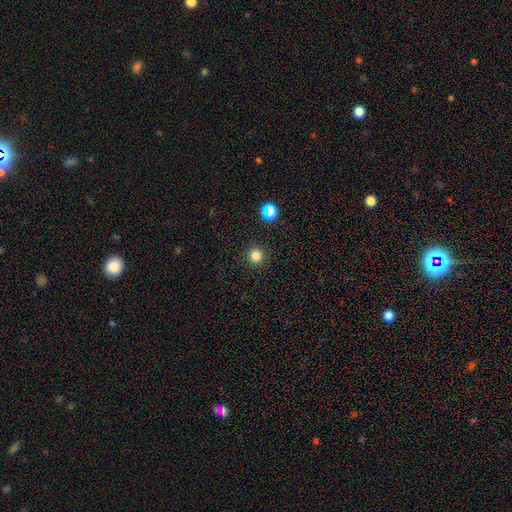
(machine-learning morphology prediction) smooth-or-featured: smooth: 81% | star or artifact: 15% | featured or disk: 4%
  how-rounded: round: 94% | in between: 5% | cigar-shaped: 1%
  merging: none: 92% | minor disturbance: 5% | major disturbance: 2% | merger: 1%